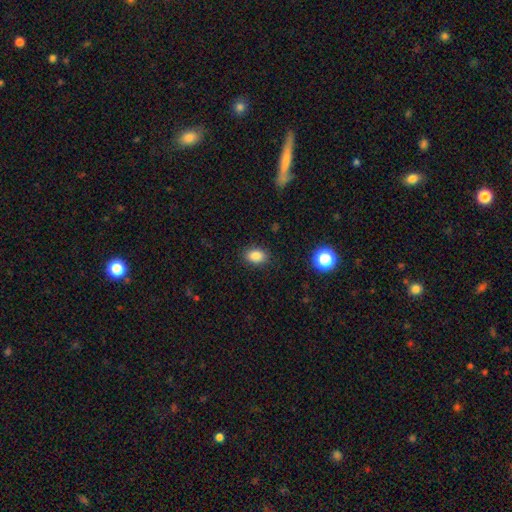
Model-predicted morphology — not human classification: This is clearly a smooth galaxy (85%). How rounded: likely in between (77%). Merging: clearly none (87%).